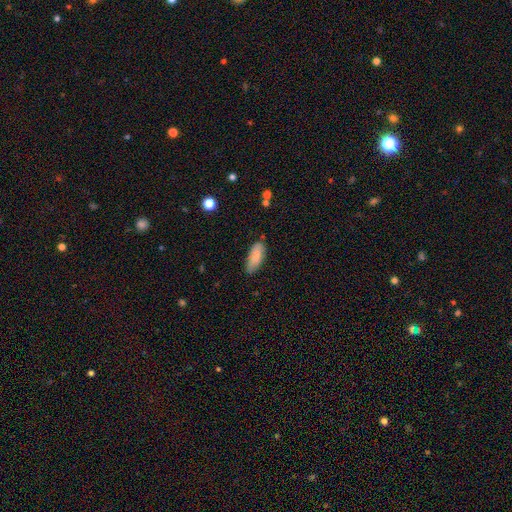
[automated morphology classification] smooth 82%, featured or disk 11%, star or artifact 7%. Down the decision tree: how rounded — in between (80%); merging — none (75%).